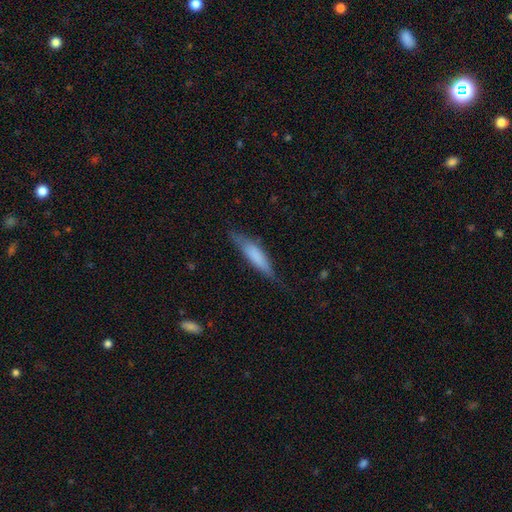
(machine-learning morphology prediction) The model was most divided on "smooth or featured": smooth: 69%, featured or disk: 25%, star or artifact: 6%. More confident: how rounded — cigar-shaped (75%); merging — none (71%).